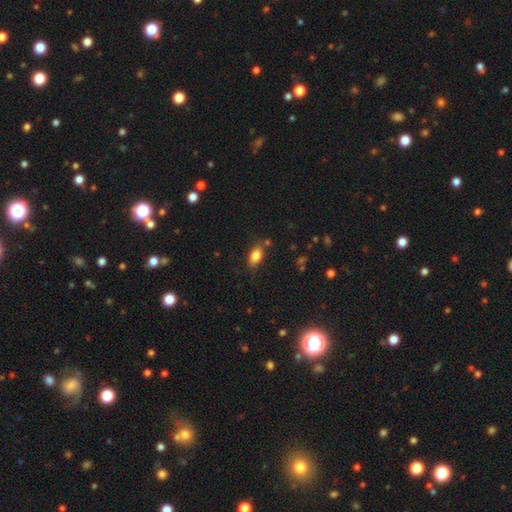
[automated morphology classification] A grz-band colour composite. It shows a smooth galaxy with no disk features (83%) that is in between round and cigar-shaped (88%). Merging: none (76%).